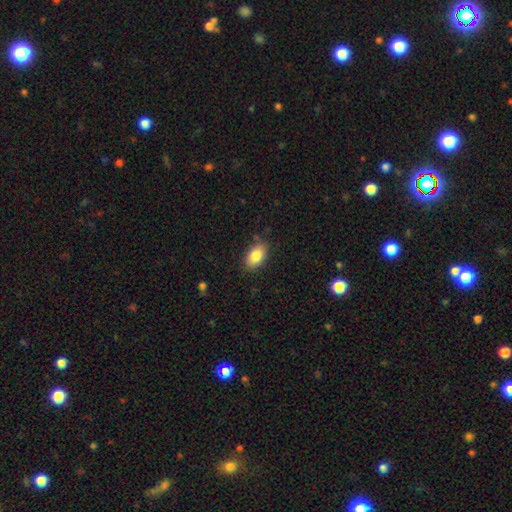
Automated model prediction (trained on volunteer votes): The model was most divided on "merging": none: 83%, minor disturbance: 13%, major disturbance: 3%, merger: 1%. More confident: how rounded — in between (90%); smooth or featured — smooth (84%).